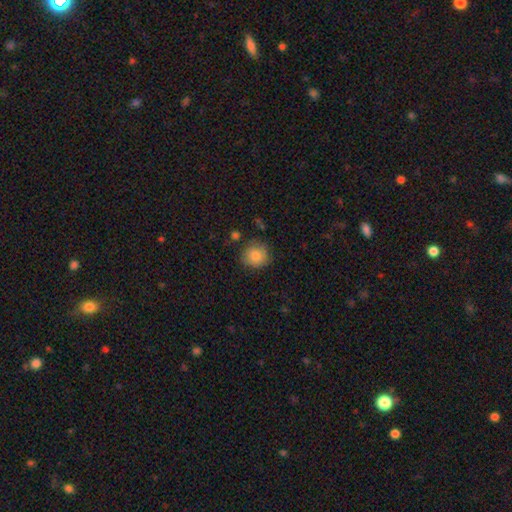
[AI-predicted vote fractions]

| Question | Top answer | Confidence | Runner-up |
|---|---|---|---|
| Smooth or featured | smooth | 82% | featured or disk (9%) |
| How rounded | round | 90% | in between (9%) |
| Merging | none | 80% | minor disturbance (14%) |